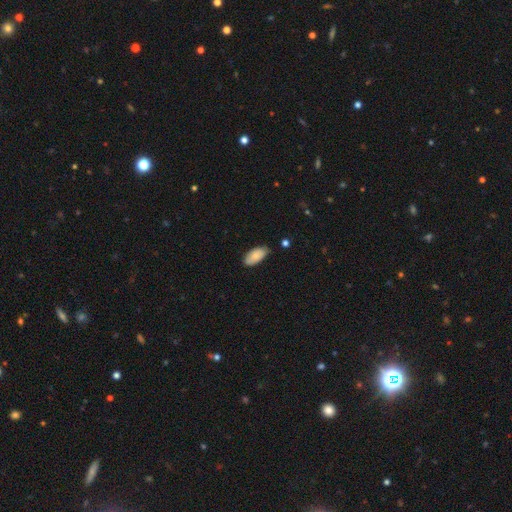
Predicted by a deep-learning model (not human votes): Smooth or featured? Predicted: smooth (p=0.80). How rounded? Predicted: in between (p=0.94). Merging? Predicted: none (p=0.73).